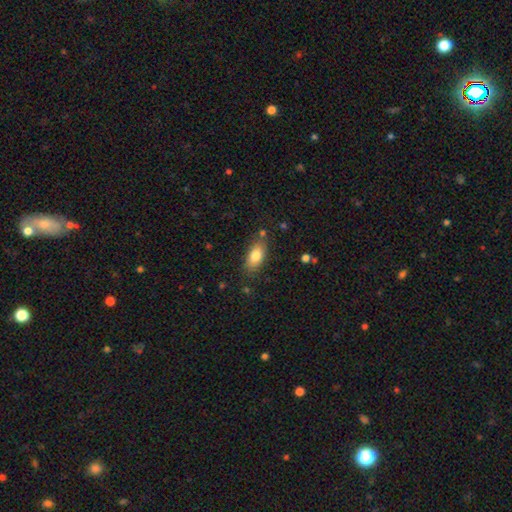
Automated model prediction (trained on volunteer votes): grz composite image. It shows a smooth galaxy with no disk features (79%) that is in between round and cigar-shaped (87%). Merging: none (79%).